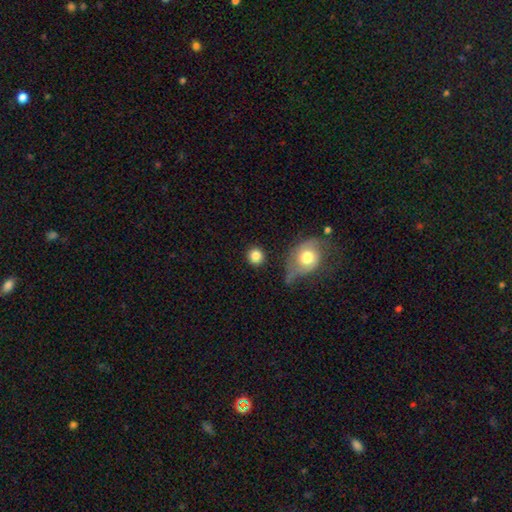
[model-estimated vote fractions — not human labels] smooth-or-featured: smooth: 84% | star or artifact: 8% | featured or disk: 8%
  how-rounded: round: 90% | in between: 9% | cigar-shaped: 1%
  merging: none: 81% | minor disturbance: 9% | merger: 7% | major disturbance: 4%